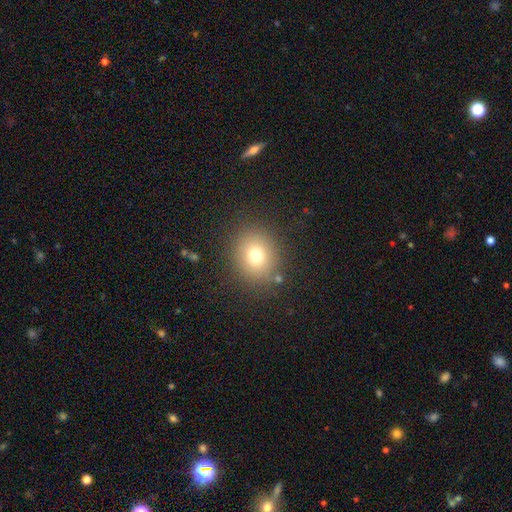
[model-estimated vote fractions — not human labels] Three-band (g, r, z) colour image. It shows a smooth galaxy with no disk features (73%) that is round (78%). Merging: none (84%).